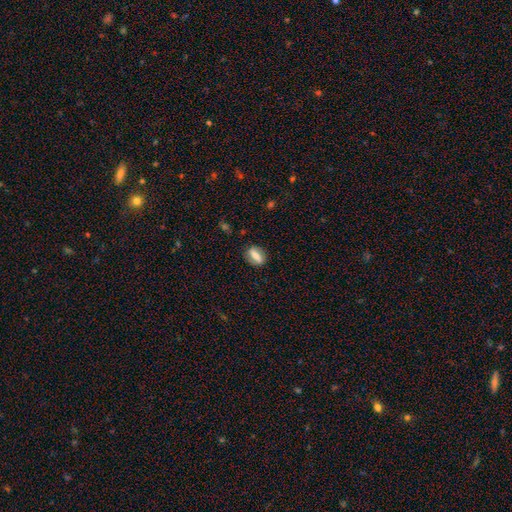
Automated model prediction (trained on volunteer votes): Smooth or featured? smooth (62%)
How rounded? in between (62%)
Merging? none (86%)